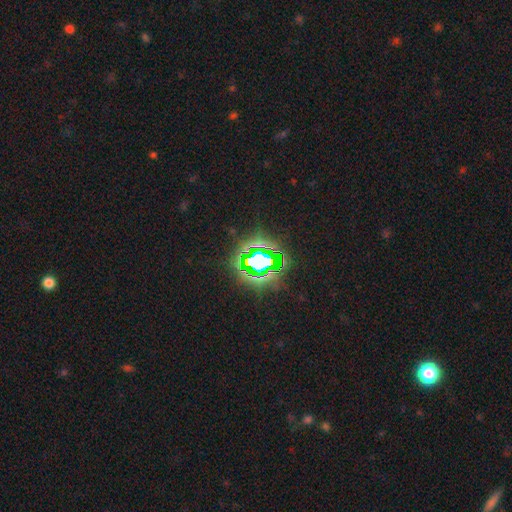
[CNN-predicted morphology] This is likely a star or artifact rather than a galaxy (74%).